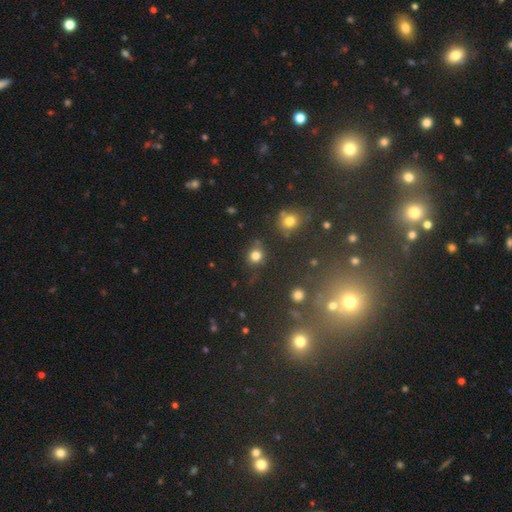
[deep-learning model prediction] Overall: smooth (77%). How rounded: round (83%). Merging: none (75%).